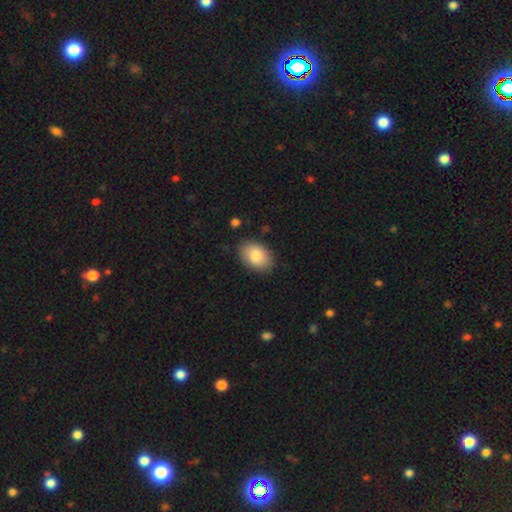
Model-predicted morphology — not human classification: Smooth or featured? smooth (83%)
How rounded? in between (87%)
Merging? none (86%)